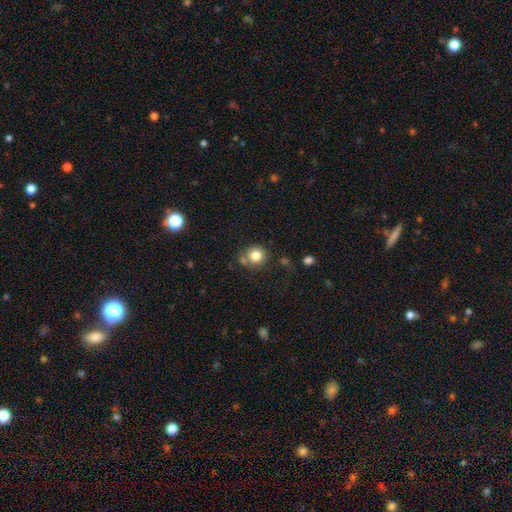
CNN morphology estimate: A smooth galaxy with no disk features (81%) that is round (90%). Merging: none (69%).